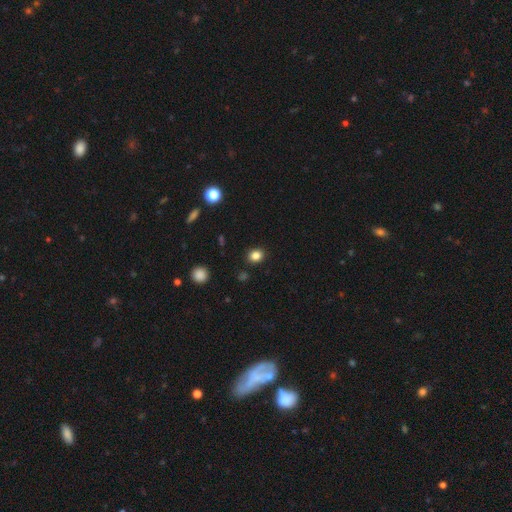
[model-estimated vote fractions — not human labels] smooth_or_featured: smooth (p=0.83) [alt: star or artifact p=0.12]
how_rounded: round (p=0.64) [alt: in between p=0.35]
merging: none (p=0.90) [alt: minor disturbance p=0.07]